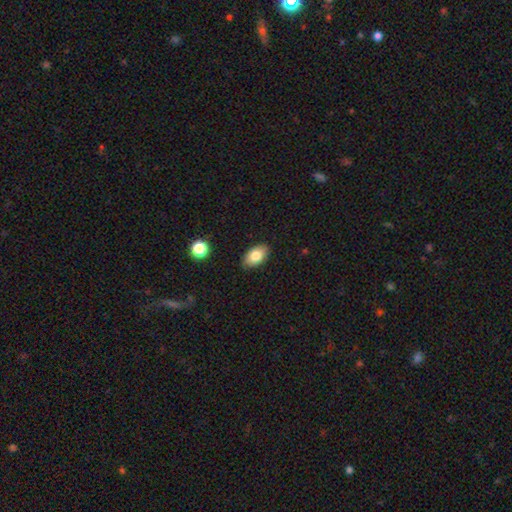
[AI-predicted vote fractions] Morphology: type=smooth (81%); roundness=in between (92%); merging=none (86%).